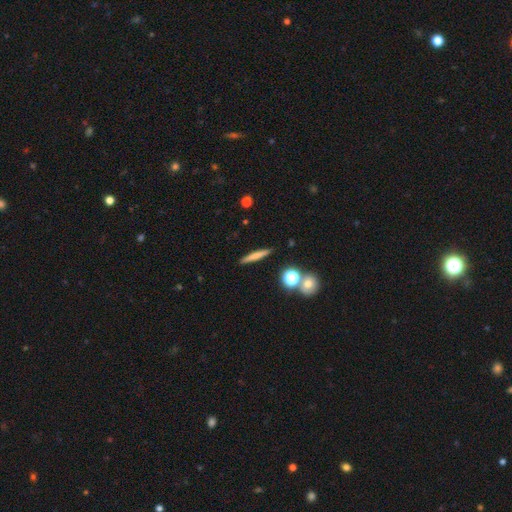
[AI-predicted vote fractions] smooth-or-featured: smooth: 66% | featured or disk: 25% | star or artifact: 9%
  how-rounded: cigar-shaped: 90% | in between: 6% | round: 4%
  merging: none: 88% | minor disturbance: 7% | merger: 3% | major disturbance: 2%